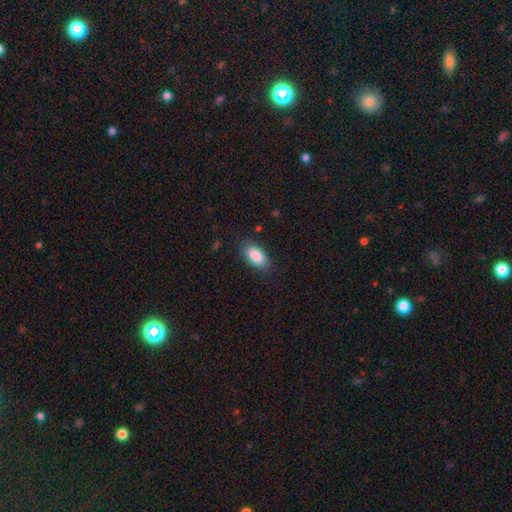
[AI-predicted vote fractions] Morphology: type=smooth (89%); roundness=in between (92%); merging=none (81%).